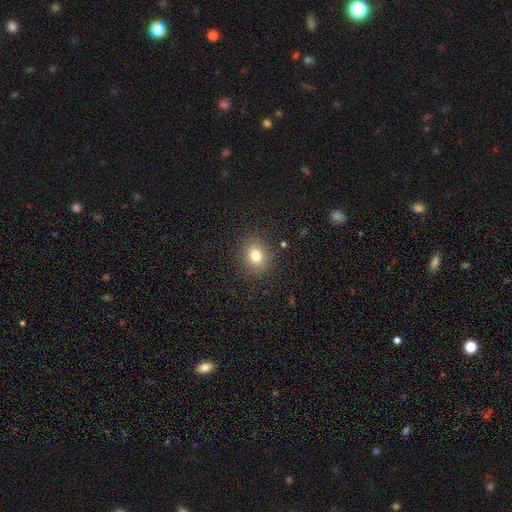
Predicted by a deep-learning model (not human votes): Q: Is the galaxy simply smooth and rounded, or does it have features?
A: smooth — 79%.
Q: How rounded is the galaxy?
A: round — 68%.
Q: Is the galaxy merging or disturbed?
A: none — 89%.